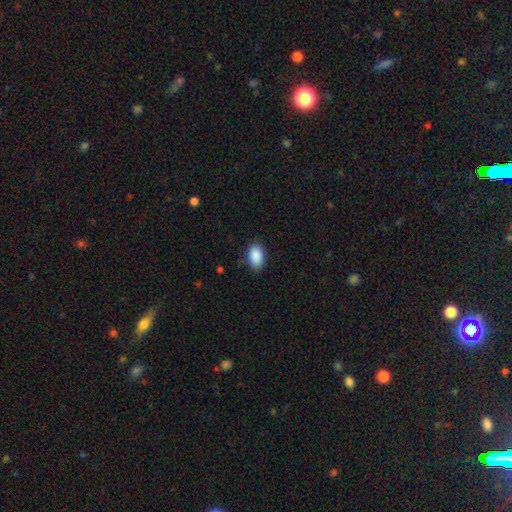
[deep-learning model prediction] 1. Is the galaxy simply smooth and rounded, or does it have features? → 90% smooth, 7% star or artifact, 3% featured or disk.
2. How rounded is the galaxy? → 88% in between, 11% round, 1% cigar-shaped.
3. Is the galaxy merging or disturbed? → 81% none, 14% minor disturbance, 3% major disturbance, 1% merger.